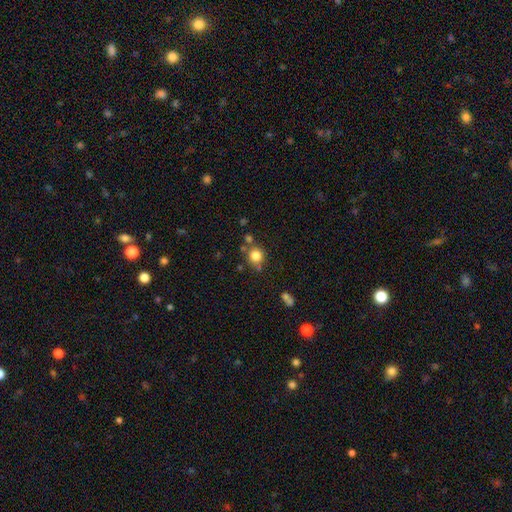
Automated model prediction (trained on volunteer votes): Morphology: type=smooth (82%); roundness=round (88%); merging=none (68%).